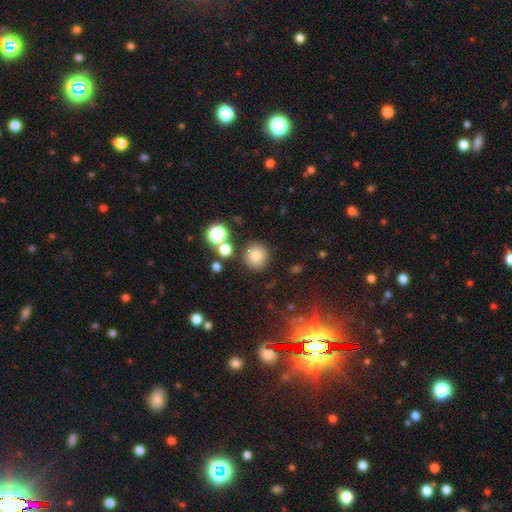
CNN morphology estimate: smooth_or_featured: smooth (p=0.79) [alt: star or artifact p=0.14]
how_rounded: round (p=0.92) [alt: in between p=0.07]
merging: none (p=0.83) [alt: minor disturbance p=0.08]